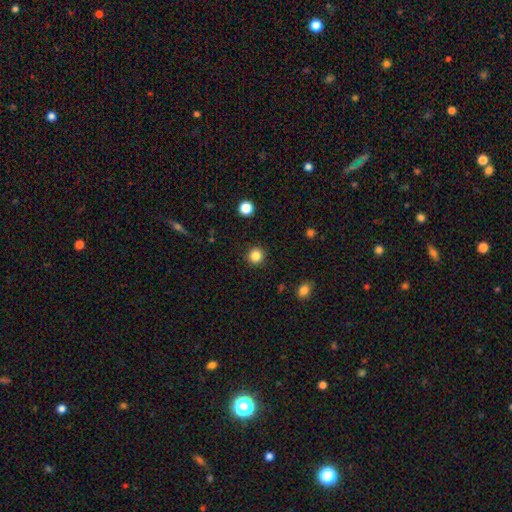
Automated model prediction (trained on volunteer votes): smooth_or_featured: smooth (p=0.84) [alt: star or artifact p=0.12]
how_rounded: round (p=0.94) [alt: in between p=0.05]
merging: none (p=0.92) [alt: minor disturbance p=0.05]